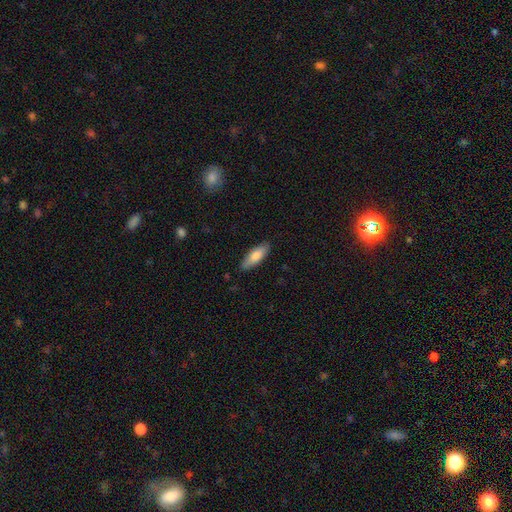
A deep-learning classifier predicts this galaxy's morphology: smooth_or_featured: smooth (p=0.79) [alt: featured or disk p=0.15]
how_rounded: in between (p=0.61) [alt: cigar-shaped p=0.38]
merging: none (p=0.86) [alt: minor disturbance p=0.11]